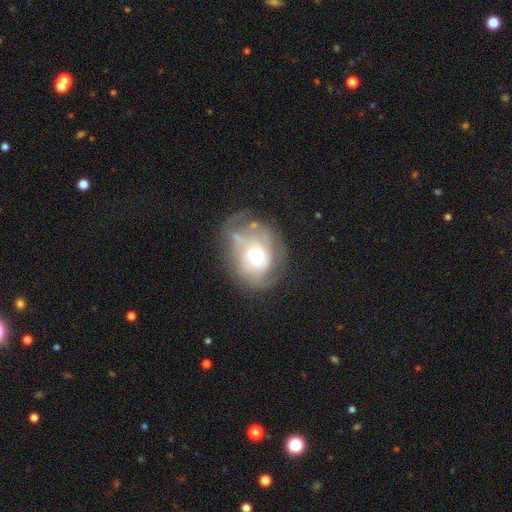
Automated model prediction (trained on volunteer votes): This appears to be a featured or disk galaxy (62%) with no bar (80%), spiral arms (70%) and a moderate central bulge (56%). Merging: none (45%).